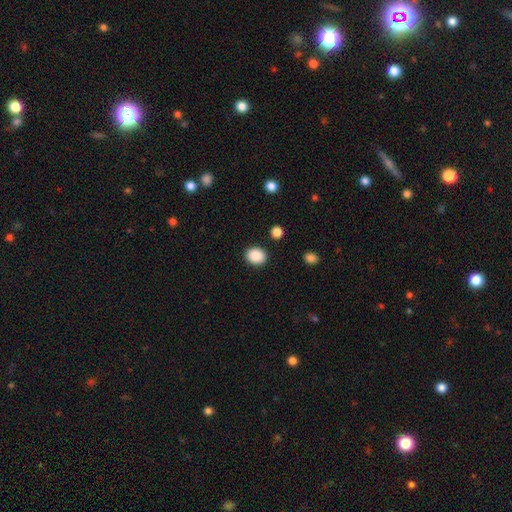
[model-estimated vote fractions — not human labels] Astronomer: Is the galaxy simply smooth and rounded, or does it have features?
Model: smooth — 89%.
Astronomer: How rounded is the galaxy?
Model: round — 54% (runner-up: in between, 45%).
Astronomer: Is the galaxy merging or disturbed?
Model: none — 89%.